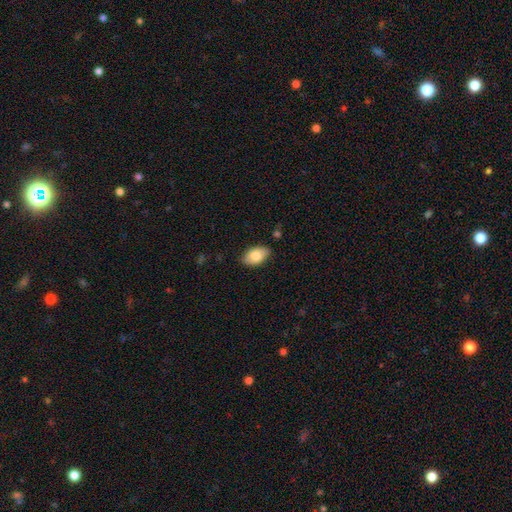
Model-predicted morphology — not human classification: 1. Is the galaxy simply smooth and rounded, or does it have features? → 81% smooth, 12% featured or disk, 7% star or artifact.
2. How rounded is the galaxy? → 92% in between, 6% round, 2% cigar-shaped.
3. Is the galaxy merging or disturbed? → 83% none, 13% minor disturbance, 2% major disturbance, 1% merger.